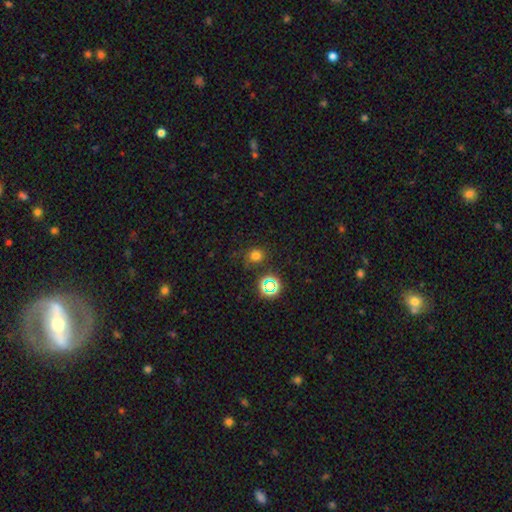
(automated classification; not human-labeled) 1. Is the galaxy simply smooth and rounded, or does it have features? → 68% smooth, 25% star or artifact, 7% featured or disk.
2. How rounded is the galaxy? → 85% round, 14% in between, 1% cigar-shaped.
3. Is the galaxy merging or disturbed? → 74% none, 15% minor disturbance, 6% major disturbance, 4% merger.